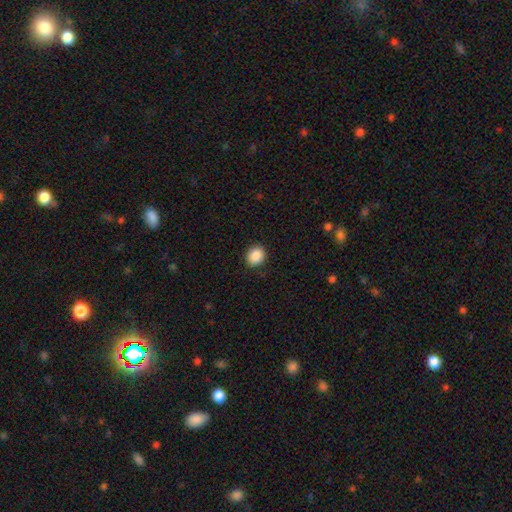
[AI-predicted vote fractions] smooth-or-featured: smooth: 89% | star or artifact: 8% | featured or disk: 3%
  how-rounded: round: 63% | in between: 36% | cigar-shaped: 1%
  merging: none: 89% | minor disturbance: 8% | major disturbance: 2% | merger: 1%